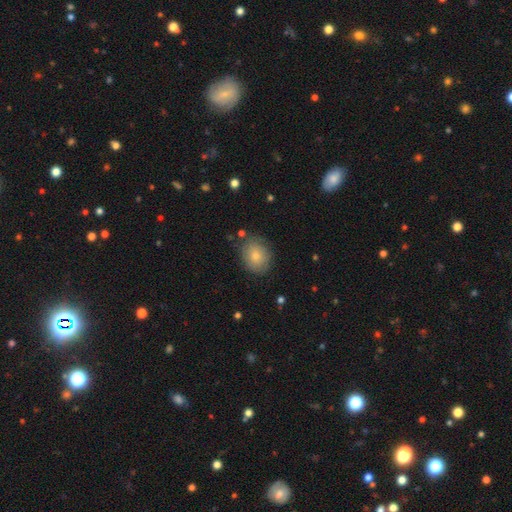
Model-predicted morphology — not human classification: The model was most divided on "how rounded": round: 52%, in between: 47%, cigar-shaped: 1%. More confident: smooth or featured — smooth (79%); merging — none (77%).